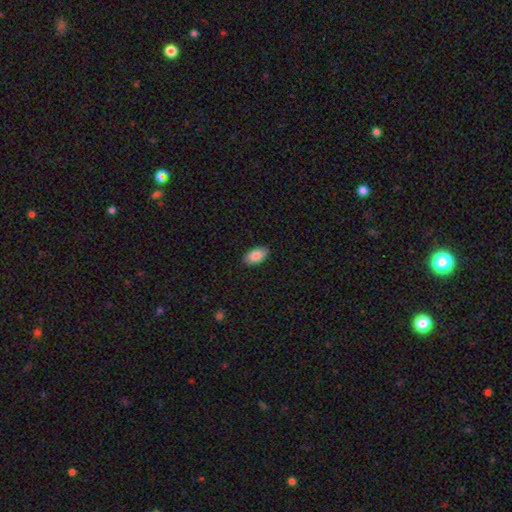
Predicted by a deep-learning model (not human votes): smooth_or_featured: smooth (p=0.86) [alt: featured or disk p=0.08]
how_rounded: in between (p=0.95) [alt: round p=0.03]
merging: none (p=0.88) [alt: minor disturbance p=0.09]